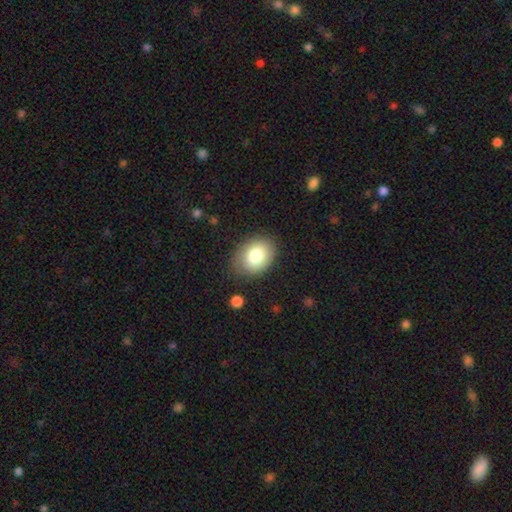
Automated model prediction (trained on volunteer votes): smooth 79%, featured or disk 13%, star or artifact 8%. Down the decision tree: how rounded — in between (67%); merging — none (82%).